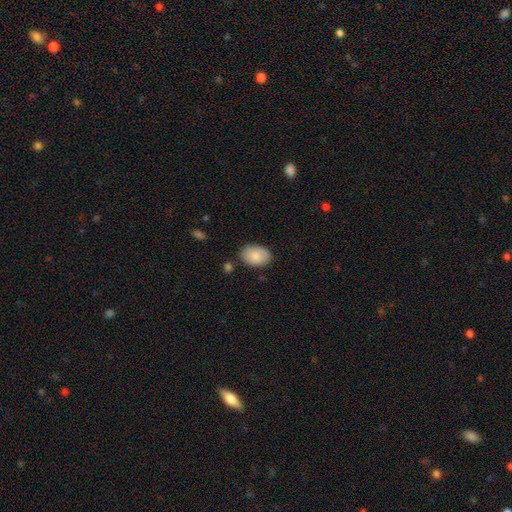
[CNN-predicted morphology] The model was most divided on "merging": none: 80%, minor disturbance: 14%, major disturbance: 3%, merger: 3%. More confident: how rounded — in between (86%); smooth or featured — smooth (84%).